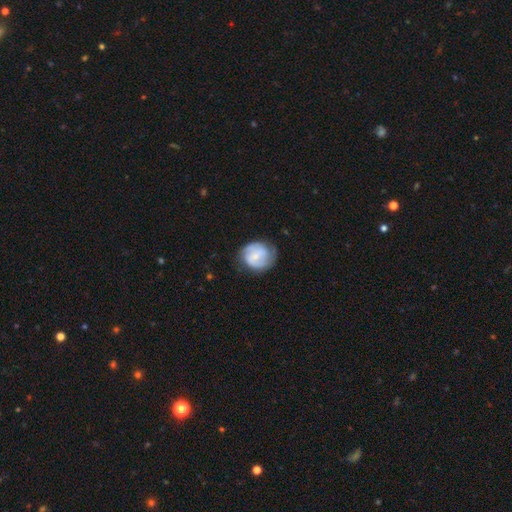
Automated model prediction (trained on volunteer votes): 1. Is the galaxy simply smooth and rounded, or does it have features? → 54% featured or disk, 40% smooth, 6% star or artifact.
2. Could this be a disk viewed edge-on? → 98% no, 2% yes.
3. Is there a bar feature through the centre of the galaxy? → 46% weak, 38% no, 16% strong.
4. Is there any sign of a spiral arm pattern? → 80% yes, 20% no.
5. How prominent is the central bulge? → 65% small, 22% moderate, 10% none, 2% large, 1% dominant.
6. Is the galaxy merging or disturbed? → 69% none, 22% minor disturbance, 8% major disturbance, 1% merger.